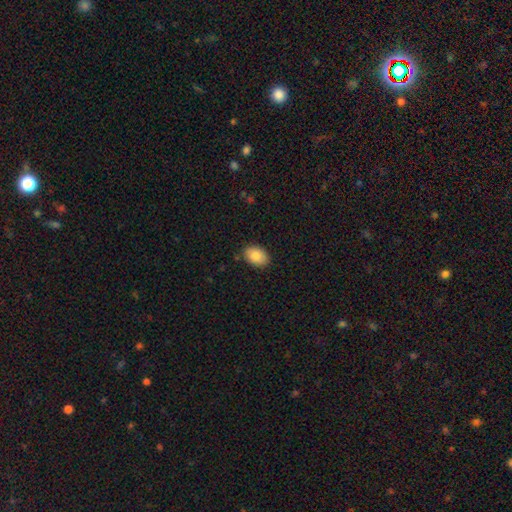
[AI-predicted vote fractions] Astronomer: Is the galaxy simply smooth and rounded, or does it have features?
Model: smooth — 85%.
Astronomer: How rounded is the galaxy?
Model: in between — 80%.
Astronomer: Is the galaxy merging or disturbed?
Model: none — 86%.